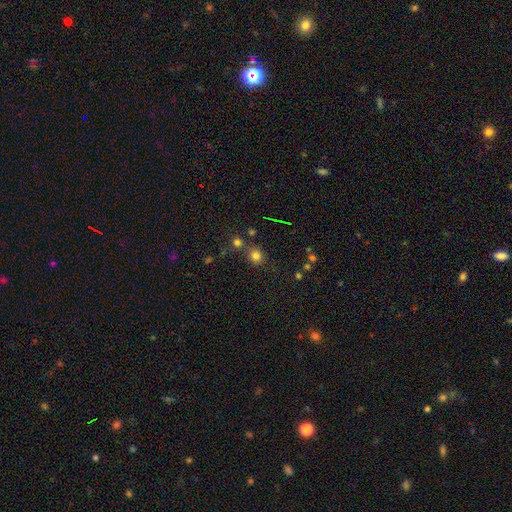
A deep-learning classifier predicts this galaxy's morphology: type=smooth (73%); roundness=round (81%); merging=none (69%).